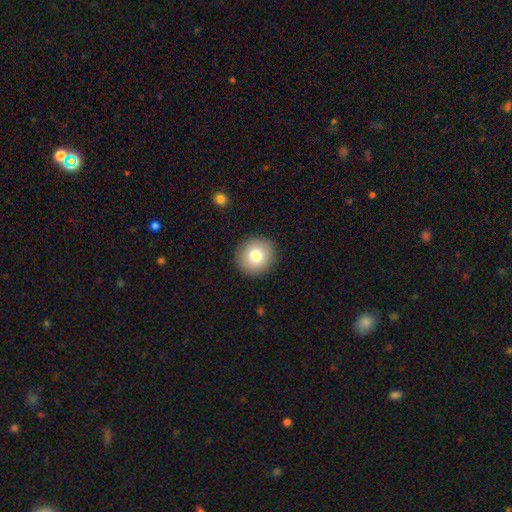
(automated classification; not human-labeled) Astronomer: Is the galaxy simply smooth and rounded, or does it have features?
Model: smooth — 79%.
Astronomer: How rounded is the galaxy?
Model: round — 90%.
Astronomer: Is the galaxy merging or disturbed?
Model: none — 92%.